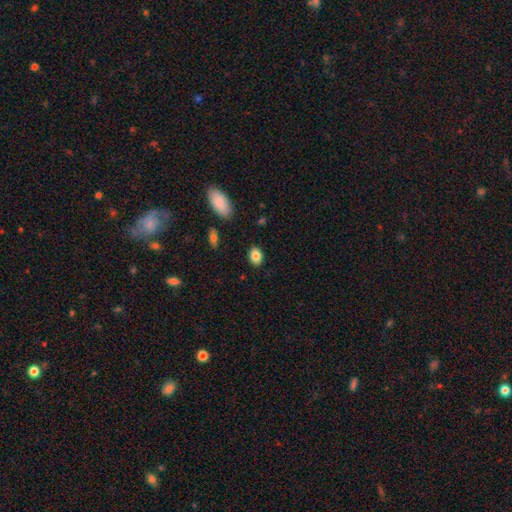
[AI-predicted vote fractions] This is clearly a smooth galaxy (84%). How rounded: likely in between (74%). Merging: clearly none (87%).